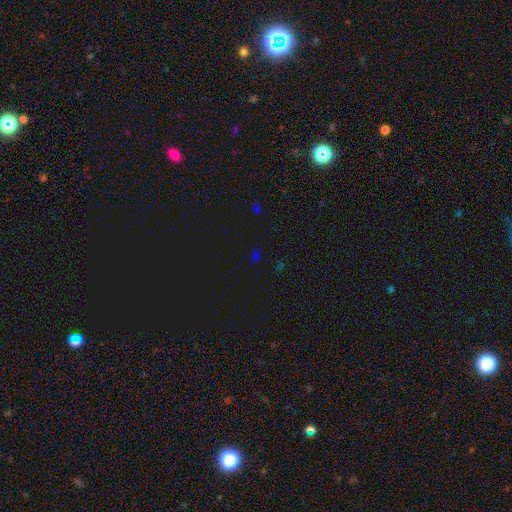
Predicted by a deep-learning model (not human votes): Smooth or featured? star or artifact (62%)